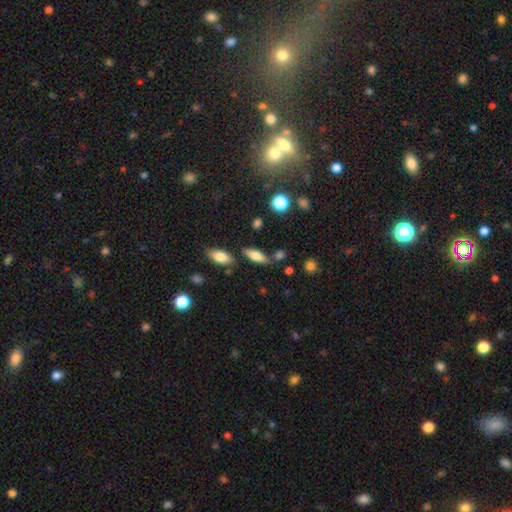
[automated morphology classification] Smooth or featured? Predicted: smooth (p=0.74). How rounded? Predicted: in between (p=0.72). Merging? Predicted: none (p=0.74).